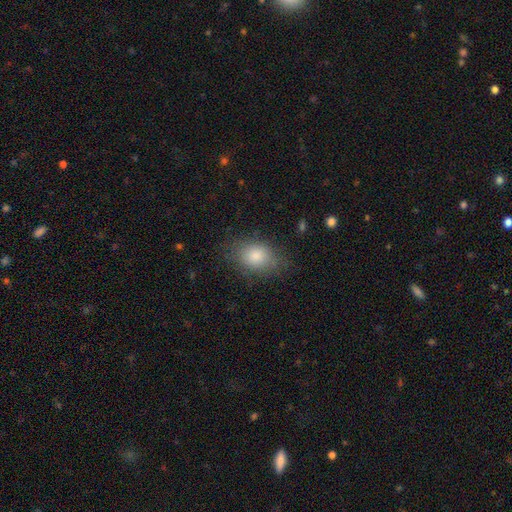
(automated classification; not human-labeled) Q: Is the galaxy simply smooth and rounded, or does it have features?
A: smooth — 82%.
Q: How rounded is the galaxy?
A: in between — 78%.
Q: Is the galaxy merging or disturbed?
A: none — 77%.